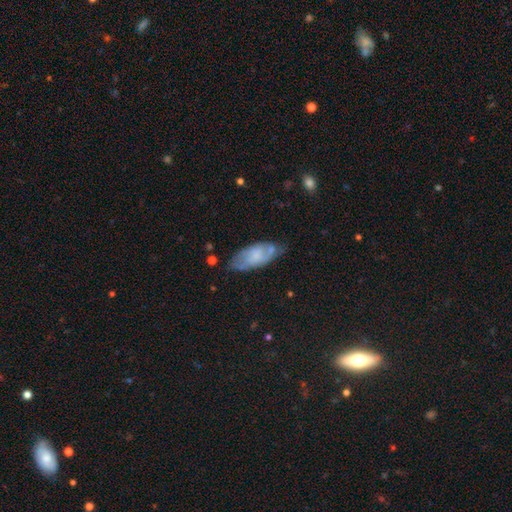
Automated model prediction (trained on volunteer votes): Smooth or featured? smooth (47%)
Merging? none (61%)